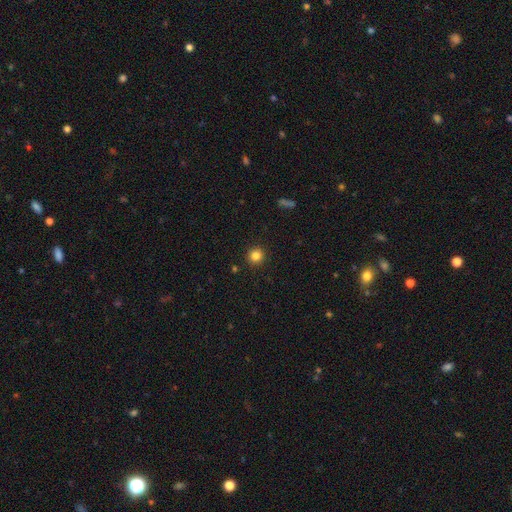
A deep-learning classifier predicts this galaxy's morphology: type=smooth (83%); roundness=round (95%); merging=none (93%).